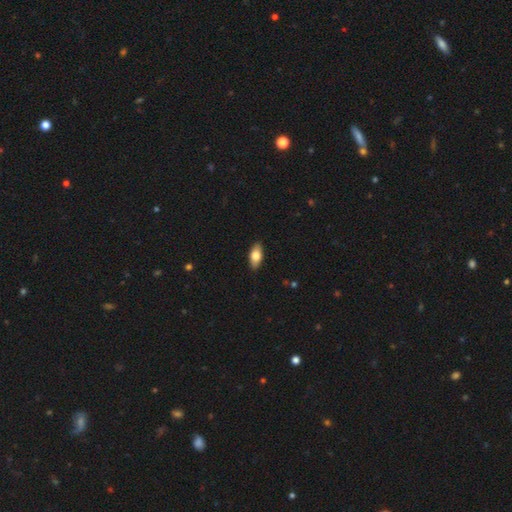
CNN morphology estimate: type=smooth (76%); roundness=in between (89%); merging=none (88%).